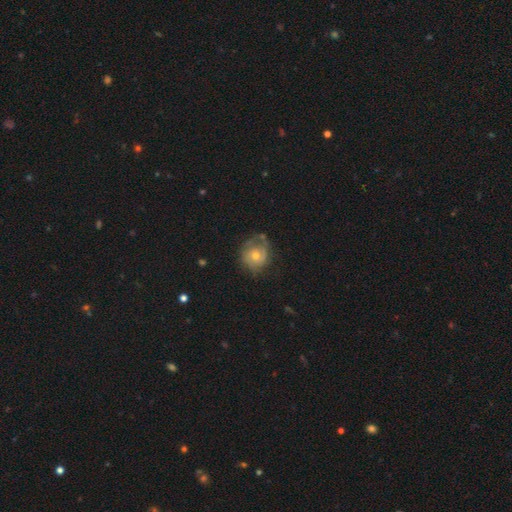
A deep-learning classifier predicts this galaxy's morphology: Smooth or featured? Predicted: featured or disk (p=0.52). Edge-on disk? Predicted: no (p=0.97). Bar? Predicted: no (p=0.83). Spiral arms? Predicted: yes (p=0.69). Bulge size? Predicted: moderate (p=0.55). Merging? Predicted: none (p=0.53).